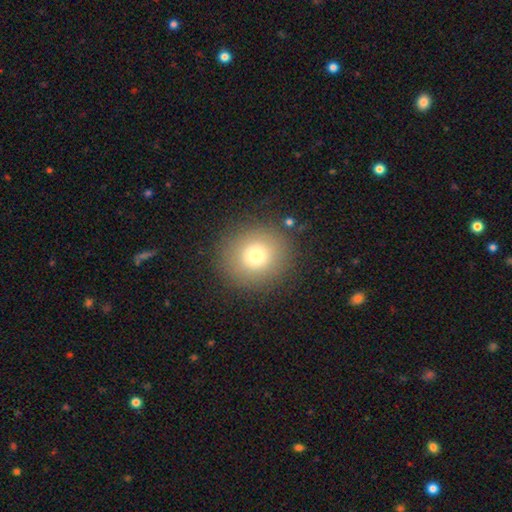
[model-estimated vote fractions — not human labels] smooth_or_featured: smooth (p=0.74) [alt: star or artifact p=0.13]
how_rounded: round (p=0.92) [alt: in between p=0.07]
merging: none (p=0.87) [alt: minor disturbance p=0.08]